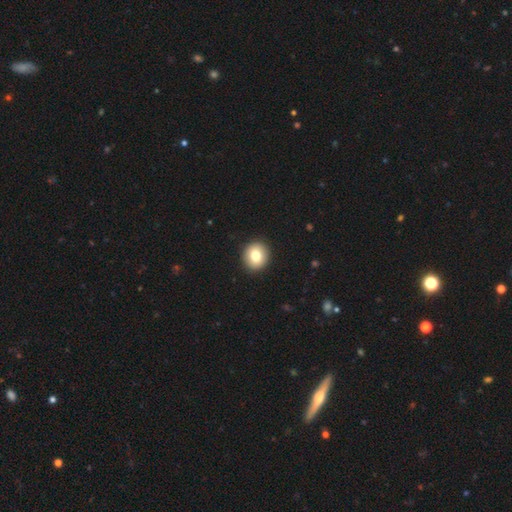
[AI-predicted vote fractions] Q: Smooth or featured?
A: smooth (79%); runner-up: featured or disk (12%)
Q: How rounded?
A: round (86%); runner-up: in between (13%)
Q: Merging?
A: none (93%); runner-up: minor disturbance (4%)